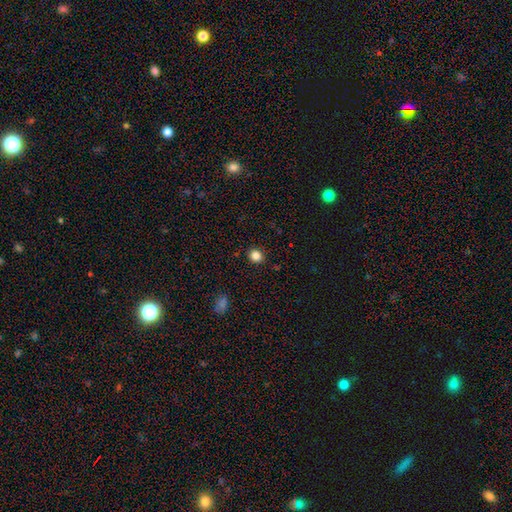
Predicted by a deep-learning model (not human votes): Smooth or featured? smooth (84%)
How rounded? round (84%)
Merging? none (91%)